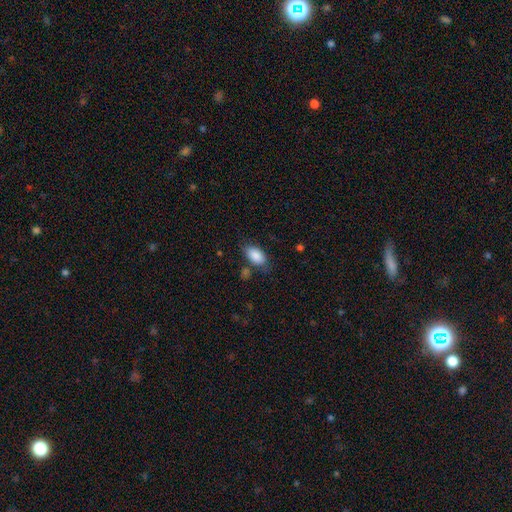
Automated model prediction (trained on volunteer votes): smooth-or-featured: smooth: 88% | star or artifact: 7% | featured or disk: 6%
  how-rounded: in between: 93% | round: 4% | cigar-shaped: 3%
  merging: none: 72% | minor disturbance: 18% | merger: 5% | major disturbance: 5%